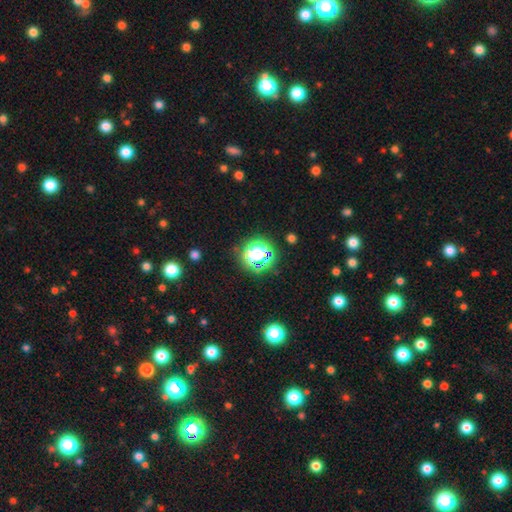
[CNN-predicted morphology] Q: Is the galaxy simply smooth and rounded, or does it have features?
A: smooth — 46%.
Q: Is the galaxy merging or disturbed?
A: none — 70%.